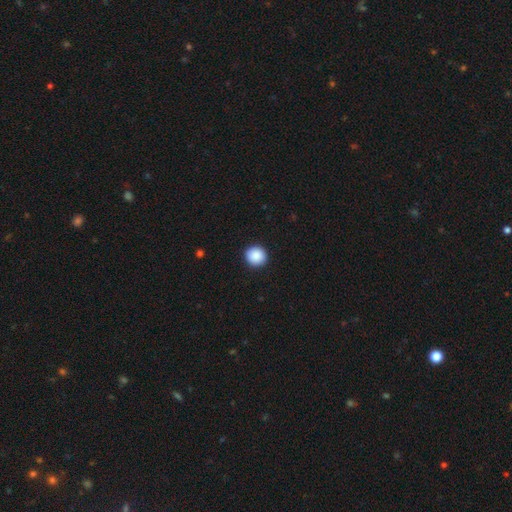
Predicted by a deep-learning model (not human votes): This appears to be a smooth galaxy with no disk features (89%) that is round (93%). Merging: none (92%).